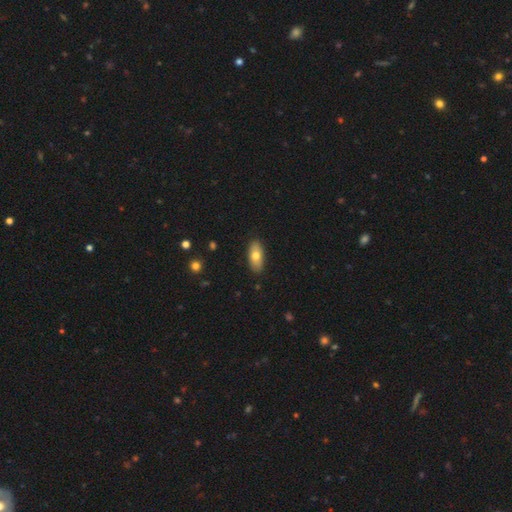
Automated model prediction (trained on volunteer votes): smooth-or-featured: smooth: 71% | featured or disk: 22% | star or artifact: 6%
  how-rounded: in between: 86% | cigar-shaped: 11% | round: 3%
  merging: none: 88% | minor disturbance: 9% | major disturbance: 2% | merger: 1%